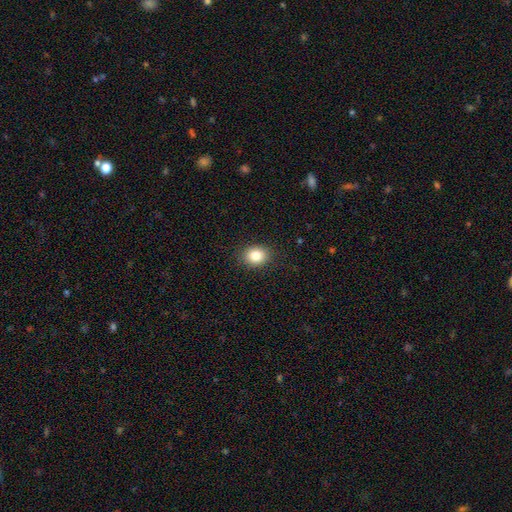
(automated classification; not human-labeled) smooth-or-featured: smooth: 84% | star or artifact: 10% | featured or disk: 6%
  how-rounded: round: 59% | in between: 41% | cigar-shaped: 1%
  merging: none: 89% | minor disturbance: 8% | major disturbance: 2% | merger: 1%